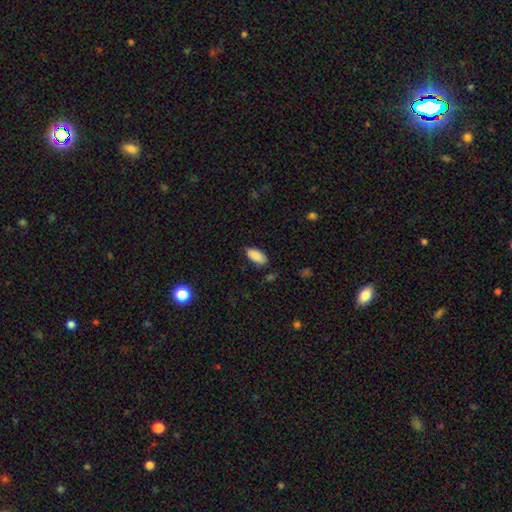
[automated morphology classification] Smooth or featured?
  - smooth: 89% *
  - star or artifact: 7%
  - featured or disk: 4%
How rounded?
  - in between: 90% *
  - cigar-shaped: 8%
  - round: 2%
Merging?
  - none: 82% *
  - minor disturbance: 14%
  - major disturbance: 3%
  - merger: 2%